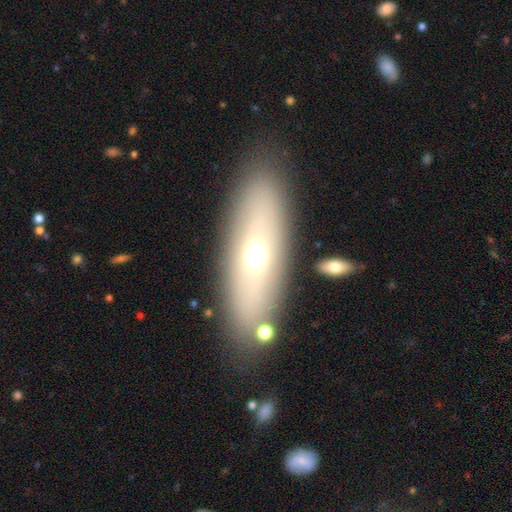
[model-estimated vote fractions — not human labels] Smooth or featured?
  - smooth: 56% *
  - featured or disk: 35%
  - star or artifact: 9%
How rounded?
  - in between: 61% *
  - cigar-shaped: 35%
  - round: 4%
Merging?
  - none: 83% *
  - minor disturbance: 9%
  - major disturbance: 4%
  - merger: 3%